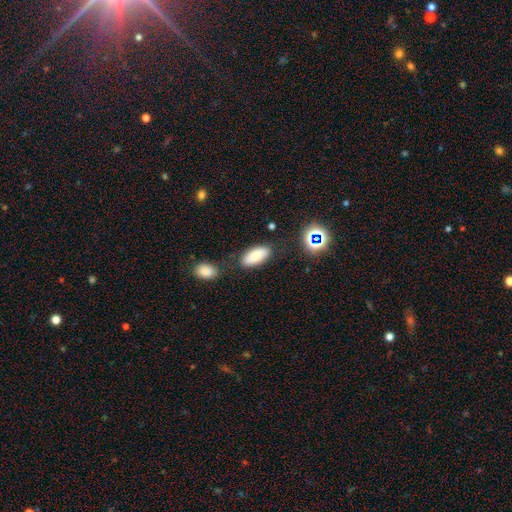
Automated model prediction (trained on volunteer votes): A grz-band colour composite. It shows a smooth galaxy with no disk features (80%) that is in between round and cigar-shaped (88%). Merging: none (78%).